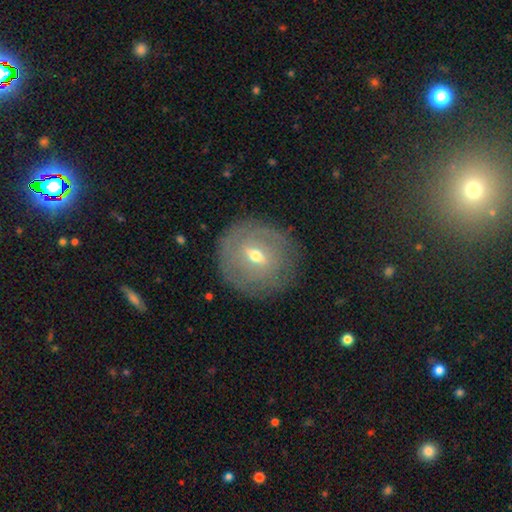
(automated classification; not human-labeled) smooth_or_featured: featured or disk (p=0.64) [alt: smooth p=0.28]
disk_edge_on: no (p=0.90) [alt: yes p=0.10]
bar: weak (p=0.56) [alt: strong p=0.25]
has_spiral_arms: no (p=0.53) [alt: yes p=0.47]
bulge_size: moderate (p=0.55) [alt: small p=0.41]
merging: none (p=0.82) [alt: minor disturbance p=0.12]